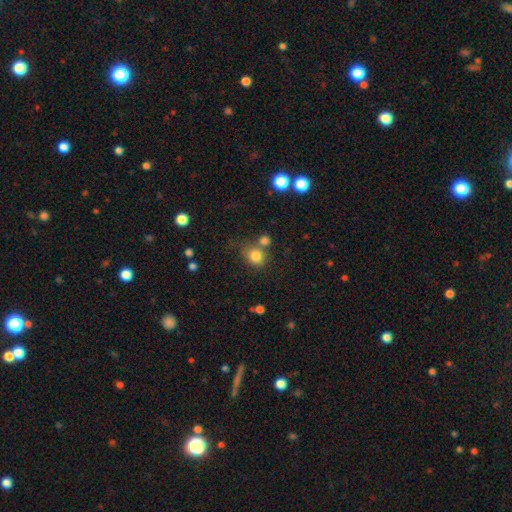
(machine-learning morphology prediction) Smooth or featured? smooth (81%)
How rounded? round (72%)
Merging? none (57%)